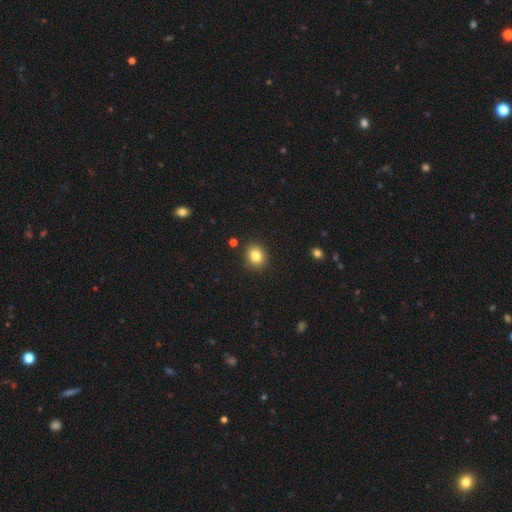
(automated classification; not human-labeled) Smooth or featured: smooth — 83% (star or artifact — 11%)
How rounded: round — 77% (in between — 22%)
Merging: none — 89% (minor disturbance — 7%)